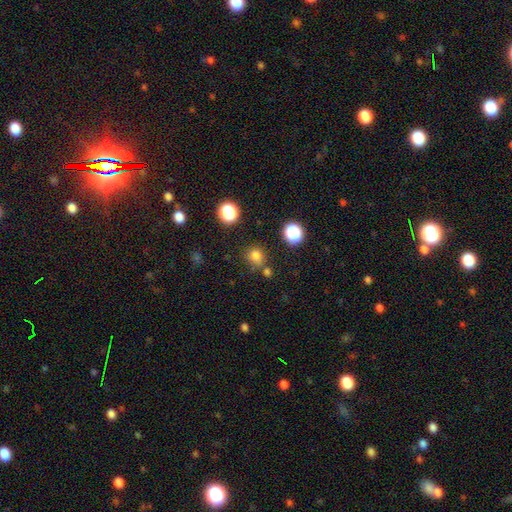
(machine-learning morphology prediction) A smooth galaxy with no disk features (75%) that is round (83%). Merging: none (72%).